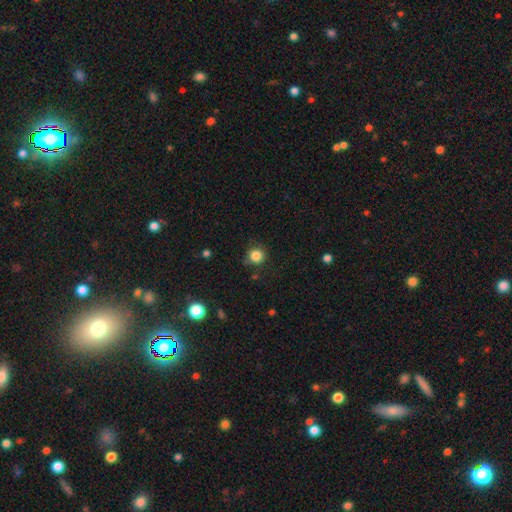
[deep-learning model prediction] Q: Smooth or featured?
A: smooth (84%); runner-up: star or artifact (12%)
Q: How rounded?
A: round (92%); runner-up: in between (7%)
Q: Merging?
A: none (81%); runner-up: minor disturbance (13%)